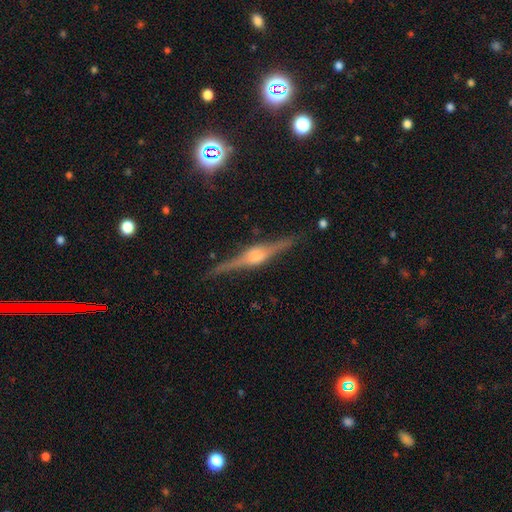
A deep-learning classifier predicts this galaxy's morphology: Smooth or featured?
  - featured or disk: 86% *
  - smooth: 8%
  - star or artifact: 6%
Edge-on disk?
  - yes: 98% *
  - no: 2%
Edge-on bulge?
  - rounded: 84% *
  - boxy: 13%
  - none: 3%
Merging?
  - none: 89% *
  - minor disturbance: 8%
  - major disturbance: 2%
  - merger: 1%